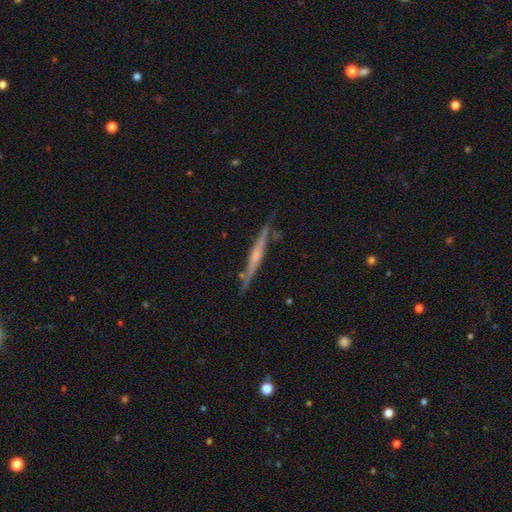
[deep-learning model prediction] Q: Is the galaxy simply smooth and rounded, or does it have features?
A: featured or disk — 67%.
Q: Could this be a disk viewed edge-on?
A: yes — 97%.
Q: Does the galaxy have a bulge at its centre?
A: none — 42%.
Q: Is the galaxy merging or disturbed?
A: none — 78%.